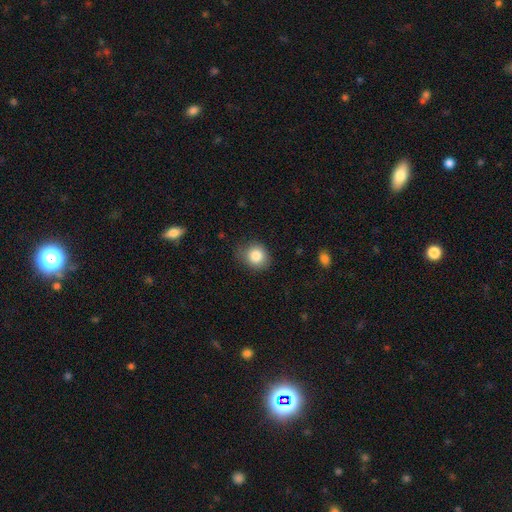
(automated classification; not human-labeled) The model was most divided on "how rounded": round: 72%, in between: 27%, cigar-shaped: 1%. More confident: smooth or featured — smooth (83%); merging — none (74%).